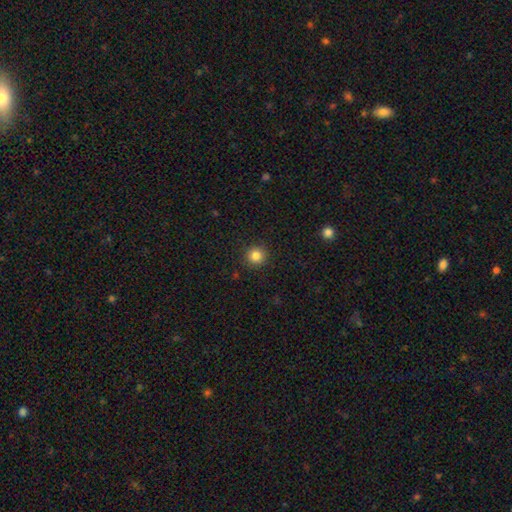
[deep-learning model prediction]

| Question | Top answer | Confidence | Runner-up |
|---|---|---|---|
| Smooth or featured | smooth | 85% | star or artifact (11%) |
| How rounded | round | 94% | in between (5%) |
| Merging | none | 91% | minor disturbance (6%) |